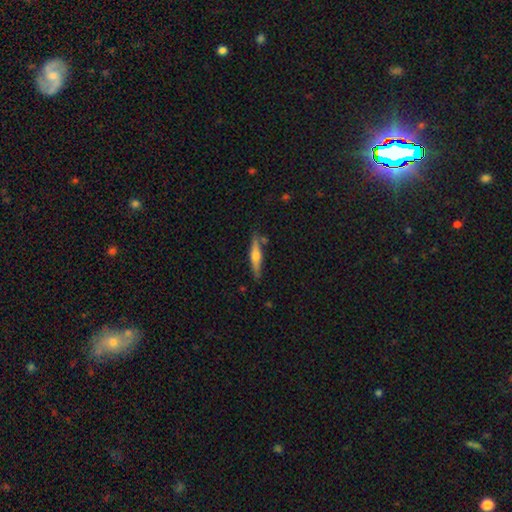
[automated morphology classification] A featured or disk galaxy (57%) viewed edge-on (95%) with a rounded central bulge (88%). Merging: none (80%).